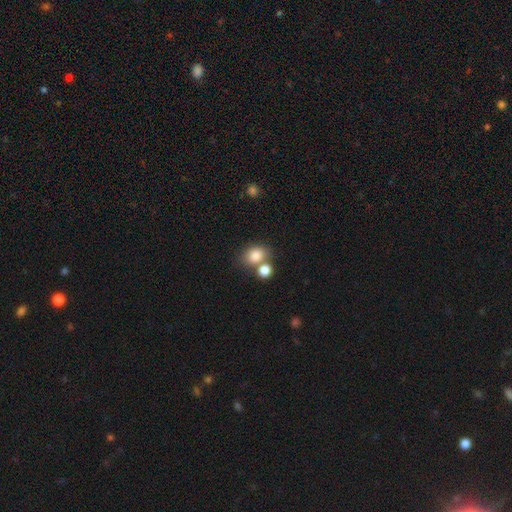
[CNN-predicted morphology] This appears to be a smooth galaxy with no disk features (82%) that is in between round and cigar-shaped (58%). Merging: none (49%).